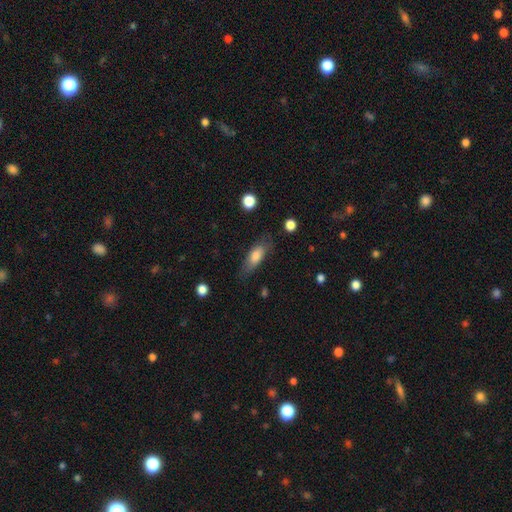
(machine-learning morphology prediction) smooth 74%, featured or disk 19%, star or artifact 7%. Down the decision tree: how rounded — in between (71%); merging — none (71%).